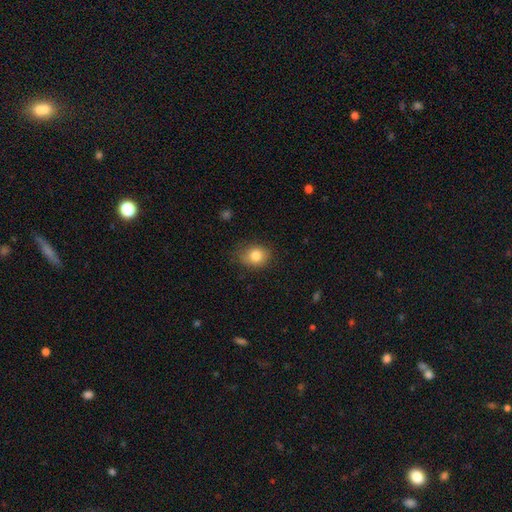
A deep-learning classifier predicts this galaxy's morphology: The model was most divided on "how rounded": round: 56%, in between: 43%, cigar-shaped: 1%. More confident: smooth or featured — smooth (82%); merging — none (75%).